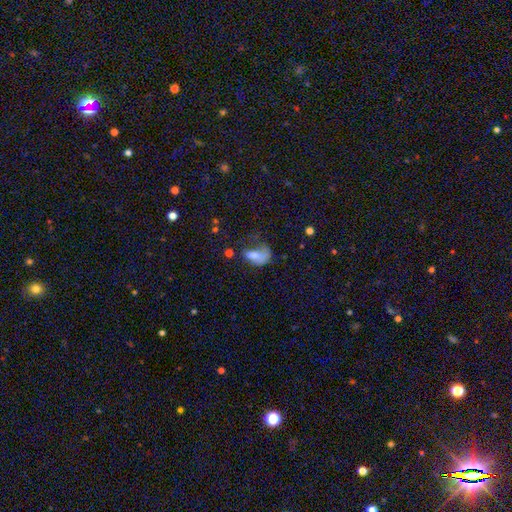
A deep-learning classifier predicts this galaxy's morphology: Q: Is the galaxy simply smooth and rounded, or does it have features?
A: smooth — 68%.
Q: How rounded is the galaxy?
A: in between — 86%.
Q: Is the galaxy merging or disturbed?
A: major disturbance — 54%.